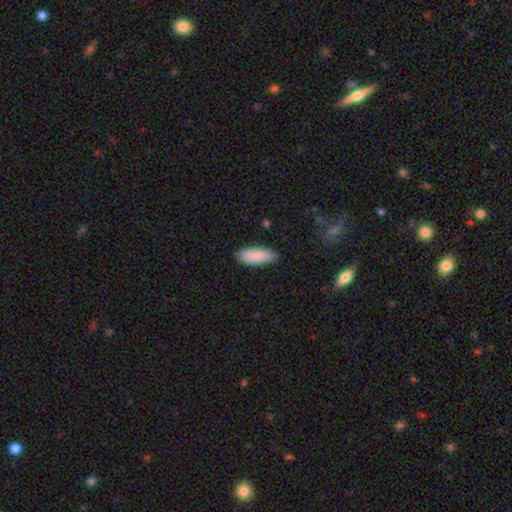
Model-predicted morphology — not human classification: The model was most divided on "how rounded": in between: 80%, cigar-shaped: 19%, round: 2%. More confident: smooth or featured — smooth (88%); merging — none (82%).